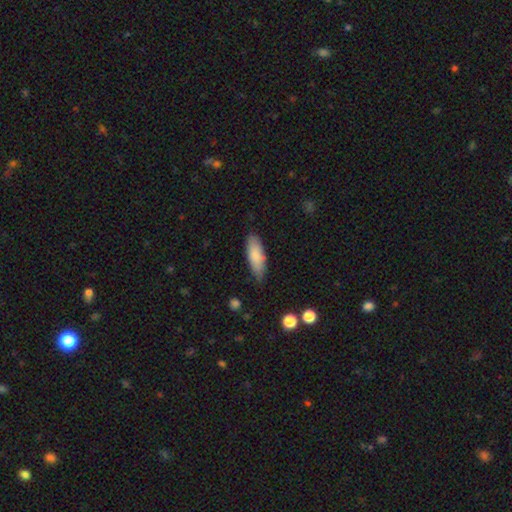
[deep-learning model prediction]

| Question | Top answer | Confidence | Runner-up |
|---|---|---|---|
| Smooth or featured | smooth | 83% | featured or disk (12%) |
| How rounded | in between | 61% | cigar-shaped (37%) |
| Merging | none | 76% | minor disturbance (19%) |